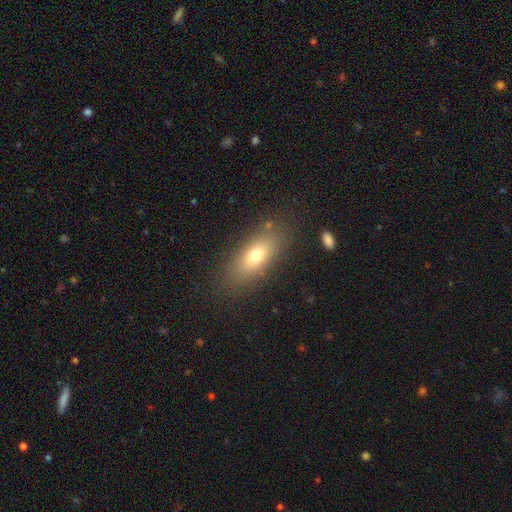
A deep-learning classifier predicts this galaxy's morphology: A smooth galaxy with no disk features (70%) that is in between round and cigar-shaped (76%).

Vote fractions:
- Smooth or featured? smooth: 70% / featured or disk: 20% / star or artifact: 10%
- How rounded? in between: 76% / cigar-shaped: 20% / round: 5%
- Merging? none: 82% / minor disturbance: 12% / major disturbance: 4% / merger: 2%